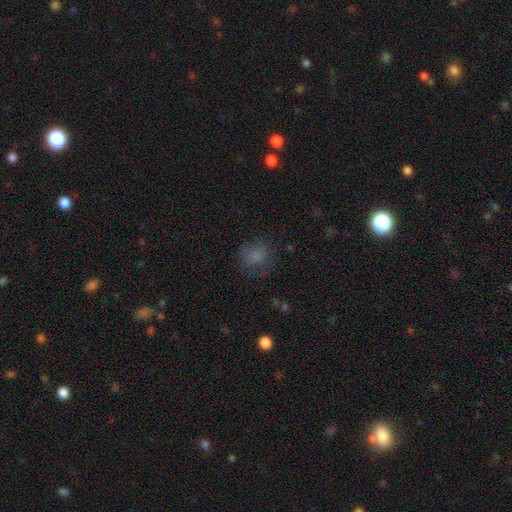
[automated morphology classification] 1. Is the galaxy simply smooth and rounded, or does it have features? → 74% smooth, 15% star or artifact, 11% featured or disk.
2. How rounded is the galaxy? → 72% round, 27% in between, 1% cigar-shaped.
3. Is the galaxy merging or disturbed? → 67% none, 19% minor disturbance, 12% major disturbance, 2% merger.